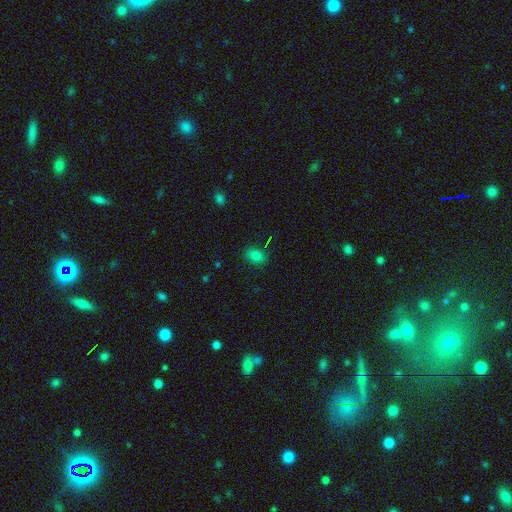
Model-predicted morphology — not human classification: A smooth galaxy with no disk features (80%) that is in between round and cigar-shaped (62%). Merging: none (83%).